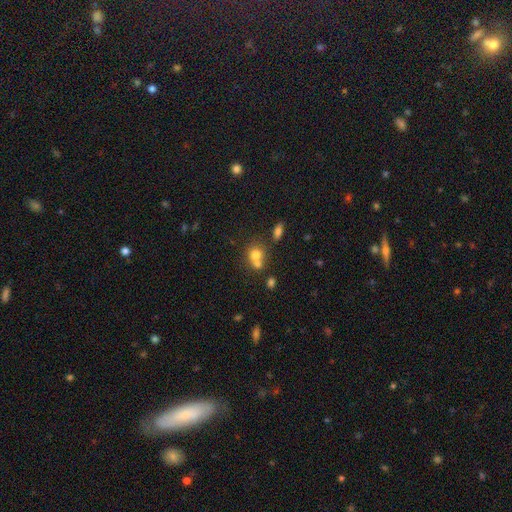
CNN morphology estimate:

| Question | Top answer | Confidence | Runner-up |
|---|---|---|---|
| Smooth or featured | smooth | 72% | star or artifact (14%) |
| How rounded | round | 78% | in between (21%) |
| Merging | merger | 49% | none (41%) |